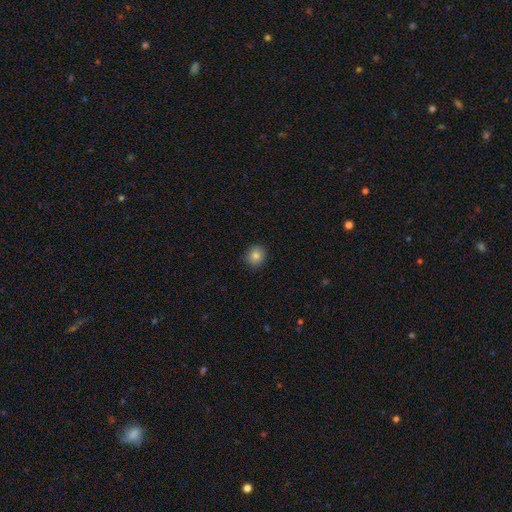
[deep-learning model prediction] This is clearly a smooth galaxy (81%). How rounded: clearly round (83%). Merging: clearly none (90%).